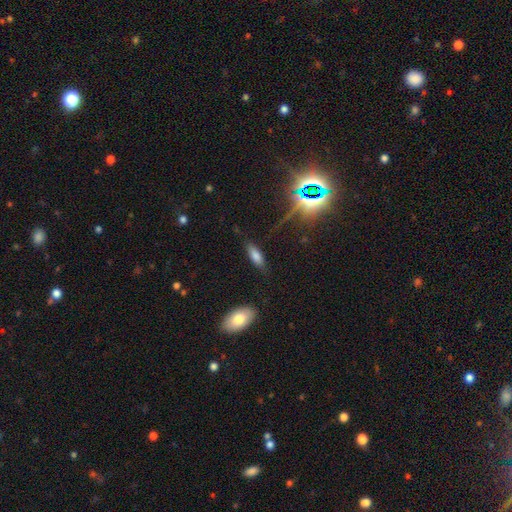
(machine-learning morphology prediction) Q: Smooth or featured?
A: smooth (76%); runner-up: featured or disk (13%)
Q: How rounded?
A: in between (68%); runner-up: cigar-shaped (29%)
Q: Merging?
A: none (79%); runner-up: minor disturbance (15%)